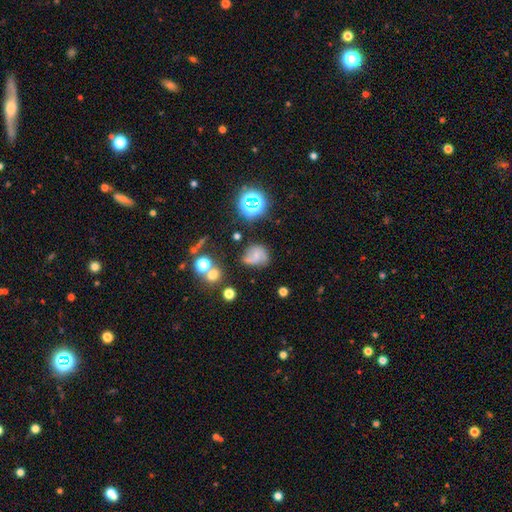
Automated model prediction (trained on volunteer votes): Smooth or featured? featured or disk (43%)
Merging? none (54%)